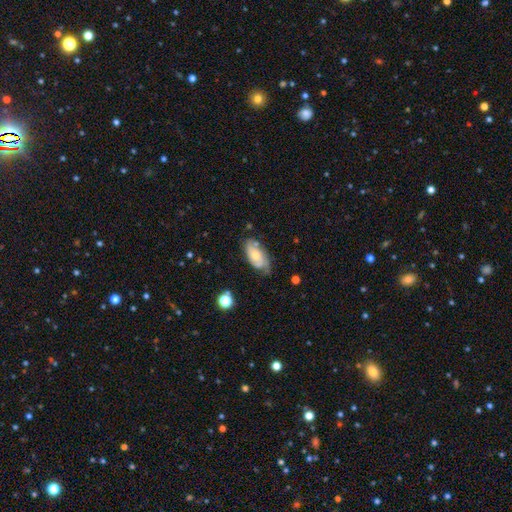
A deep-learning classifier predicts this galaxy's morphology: Smooth or featured: featured or disk — 50% (smooth — 43%)
Merging: none — 62% (minor disturbance — 27%)